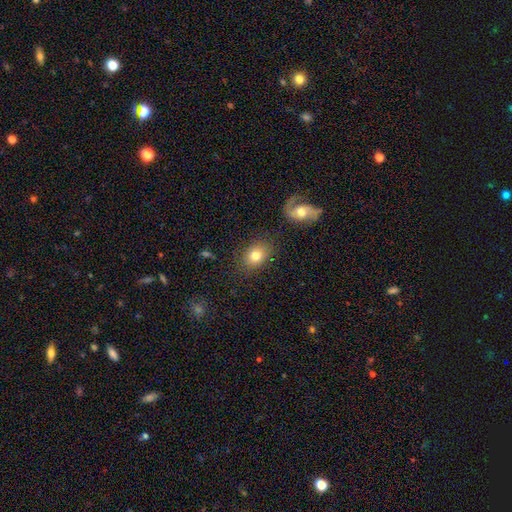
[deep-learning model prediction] Smooth or featured: smooth — 78% (featured or disk — 12%)
How rounded: in between — 65% (round — 34%)
Merging: none — 80% (minor disturbance — 12%)